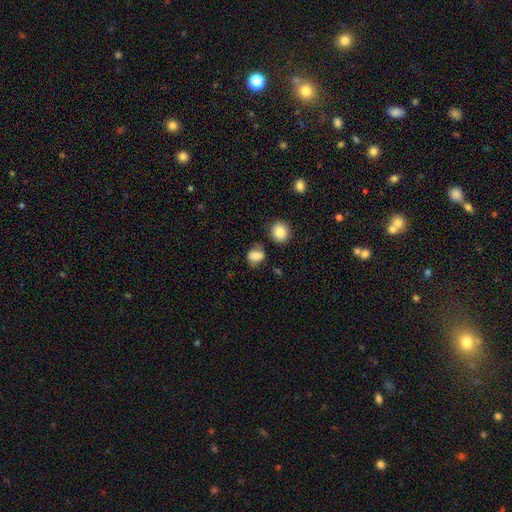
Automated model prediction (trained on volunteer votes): Overall: smooth (78%). How rounded: in between (50%; round 49%). Merging: none (64%).